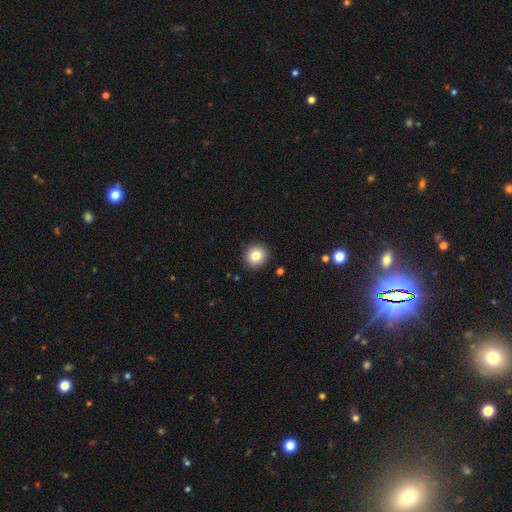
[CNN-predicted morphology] Q: Smooth or featured?
A: smooth (82%); runner-up: star or artifact (10%)
Q: How rounded?
A: round (93%); runner-up: in between (6%)
Q: Merging?
A: none (91%); runner-up: minor disturbance (6%)